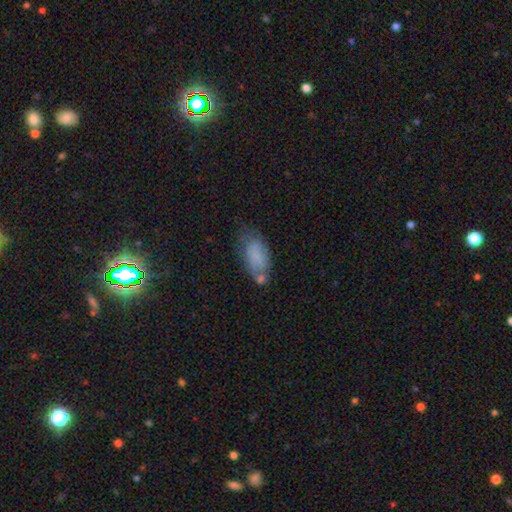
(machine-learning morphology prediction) Overall: smooth (72%). How rounded: in between (90%). Merging: none (43%; minor disturbance 30%).